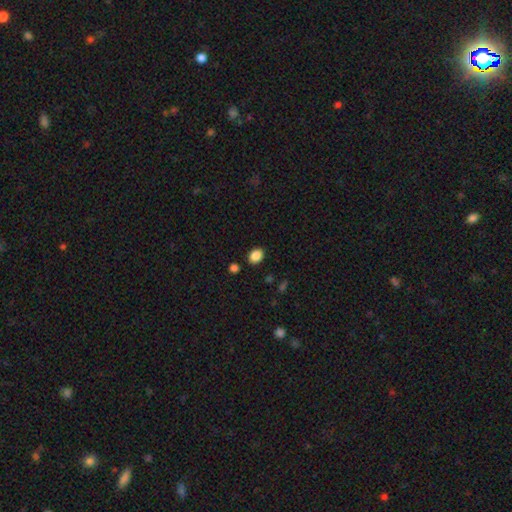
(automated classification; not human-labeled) Smooth or featured? Predicted: smooth (p=0.88). How rounded? Predicted: in between (p=0.59). Merging? Predicted: none (p=0.87).